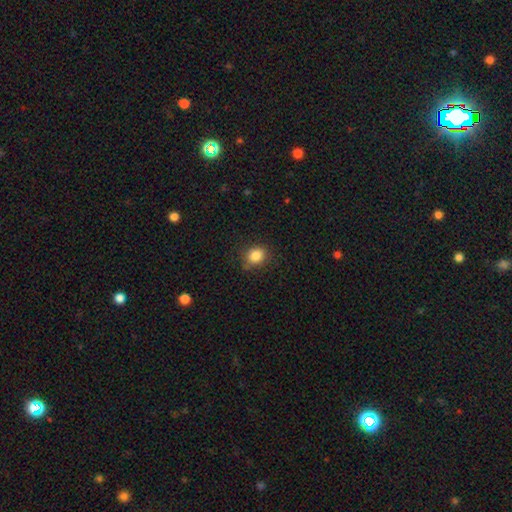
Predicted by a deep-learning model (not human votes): smooth_or_featured: smooth (p=0.84) [alt: star or artifact p=0.10]
how_rounded: round (p=0.65) [alt: in between p=0.34]
merging: none (p=0.80) [alt: minor disturbance p=0.15]